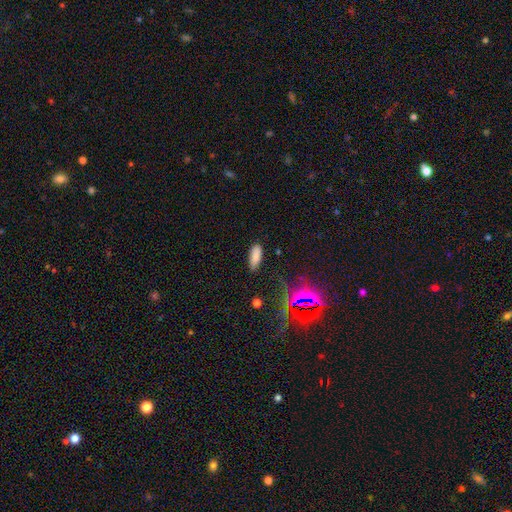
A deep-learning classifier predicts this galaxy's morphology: Overall: smooth (82%). How rounded: in between (72%). Merging: none (80%).